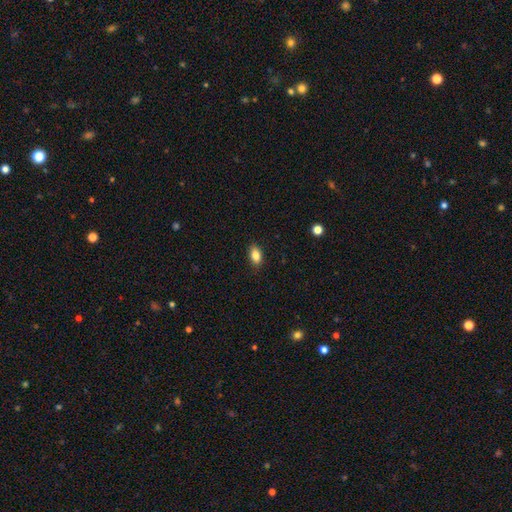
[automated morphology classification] A smooth galaxy with no disk features (85%) that is in between round and cigar-shaped (88%). Merging: none (87%).